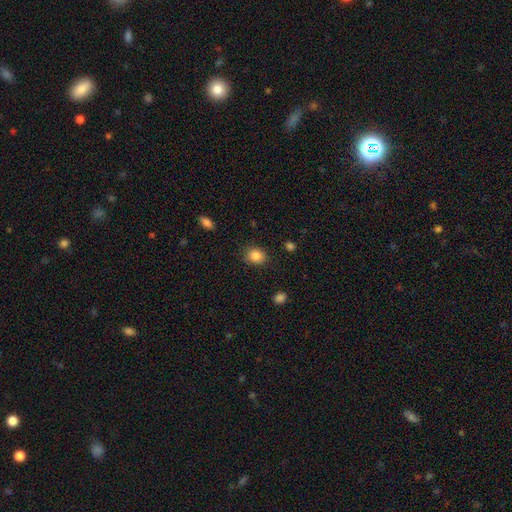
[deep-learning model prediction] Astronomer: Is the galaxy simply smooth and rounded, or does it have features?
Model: smooth — 86%.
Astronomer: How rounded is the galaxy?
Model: round — 60% (runner-up: in between, 39%).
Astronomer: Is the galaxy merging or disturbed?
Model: none — 86%.